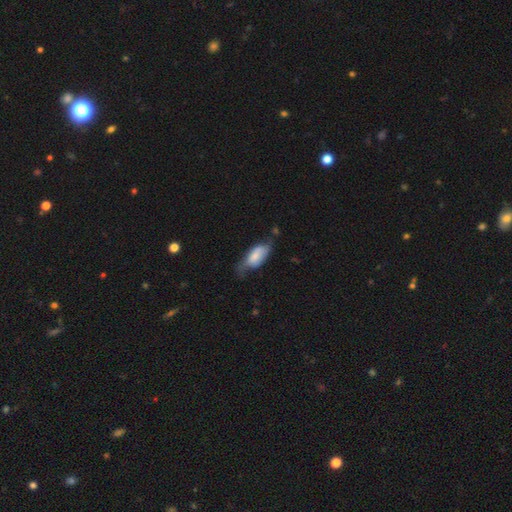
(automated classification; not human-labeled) This appears to be a smooth galaxy with no disk features (67%) that is in between round and cigar-shaped (87%). Merging: minor disturbance (41%).